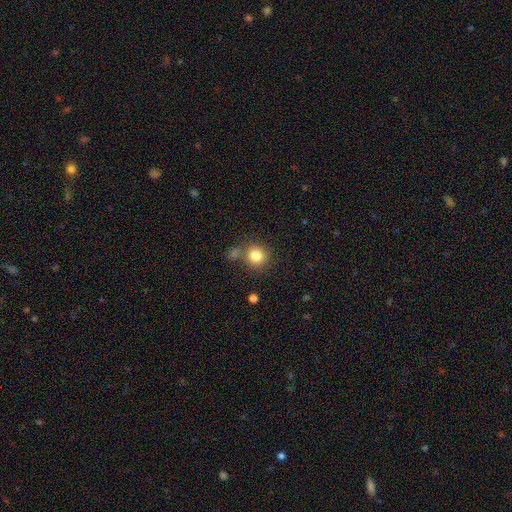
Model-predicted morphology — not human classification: A smooth galaxy with no disk features (83%) that is round (88%).

Vote fractions:
- Smooth or featured? smooth: 83% / star or artifact: 11% / featured or disk: 7%
- How rounded? round: 88% / in between: 11% / cigar-shaped: 1%
- Merging? none: 73% / merger: 12% / minor disturbance: 11% / major disturbance: 4%